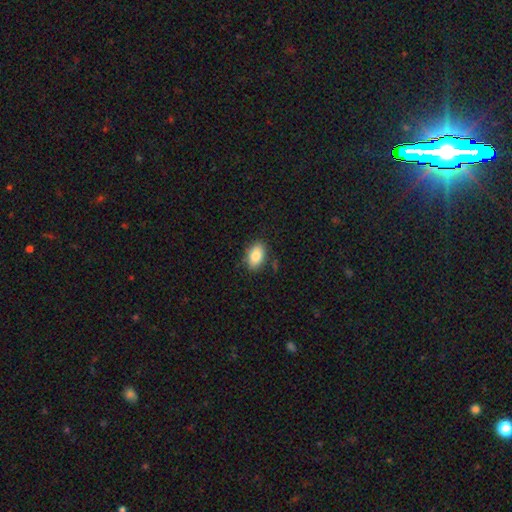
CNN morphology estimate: A smooth galaxy with no disk features (85%) that is in between round and cigar-shaped (90%).

Vote fractions:
- Smooth or featured? smooth: 85% / star or artifact: 8% / featured or disk: 7%
- How rounded? in between: 90% / round: 8% / cigar-shaped: 2%
- Merging? none: 83% / minor disturbance: 12% / major disturbance: 3% / merger: 2%